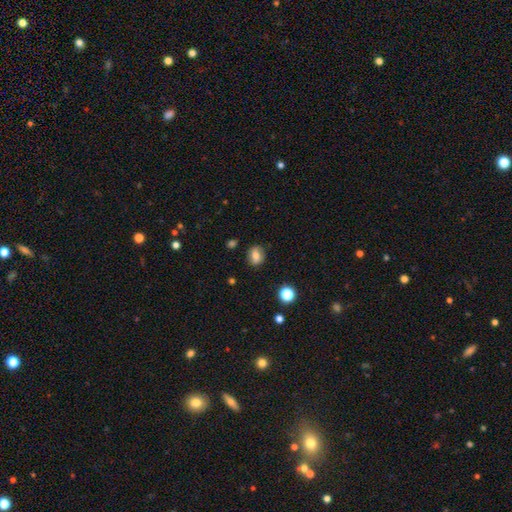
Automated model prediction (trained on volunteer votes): A smooth galaxy with no disk features (73%) that is round (52%).

Vote fractions:
- Smooth or featured? smooth: 73% / featured or disk: 16% / star or artifact: 11%
- How rounded? round: 52% / in between: 46% / cigar-shaped: 2%
- Merging? none: 83% / minor disturbance: 12% / major disturbance: 3% / merger: 2%